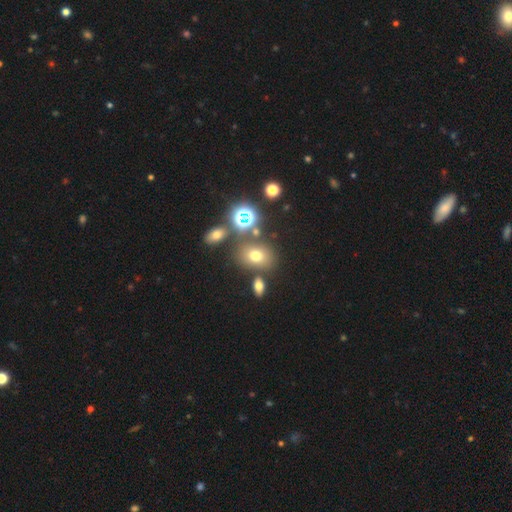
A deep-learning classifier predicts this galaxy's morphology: Q: Smooth or featured?
A: smooth (65%); runner-up: star or artifact (21%)
Q: How rounded?
A: in between (61%); runner-up: round (38%)
Q: Merging?
A: none (71%); runner-up: merger (13%)